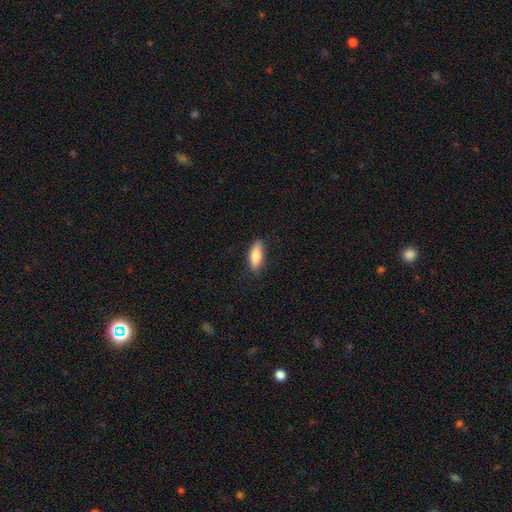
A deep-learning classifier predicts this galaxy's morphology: type=smooth (80%); roundness=in between (65%); merging=none (85%).